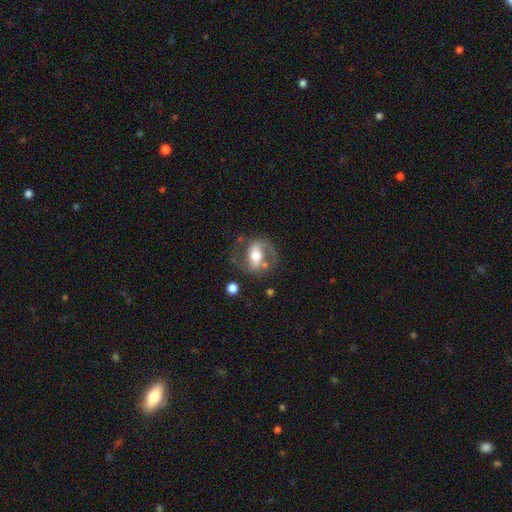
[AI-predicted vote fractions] featured or disk 76%, smooth 18%, star or artifact 6%. Down the decision tree: edge-on disk — no (96%); bar — strong (43%); spiral arms — yes (86%); spiral arm count — 2 (83%); spiral winding — medium (52%); bulge size — moderate (67%); merging — none (64%).